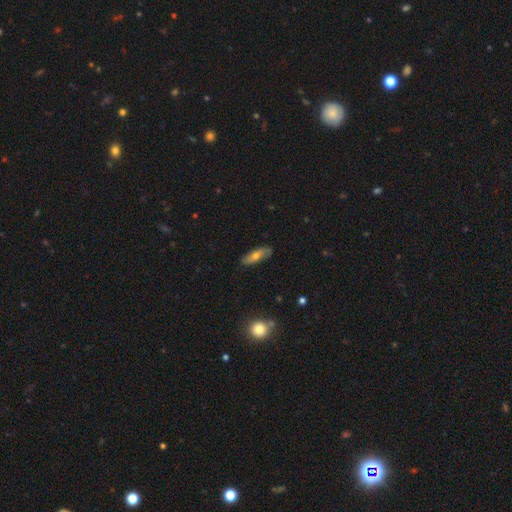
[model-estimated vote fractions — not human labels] A smooth galaxy with no disk features (54%) that is in between round and cigar-shaped (56%). Merging: none (83%).